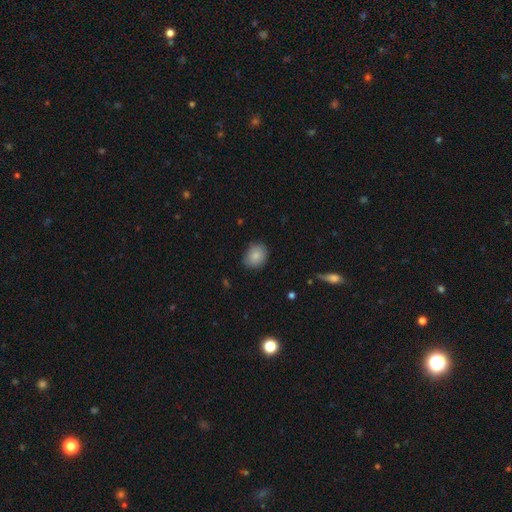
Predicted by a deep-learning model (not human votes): The model was most divided on "how rounded": round: 52%, in between: 47%, cigar-shaped: 1%. More confident: smooth or featured — smooth (85%); merging — none (80%).